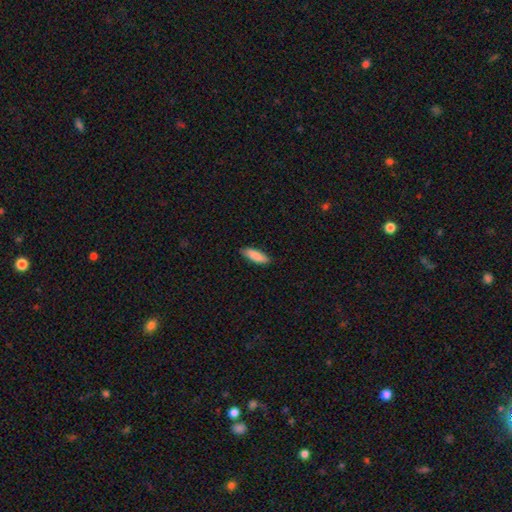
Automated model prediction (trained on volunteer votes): The model was most divided on "how rounded": in between: 52%, cigar-shaped: 46%, round: 2%. More confident: smooth or featured — smooth (88%); merging — none (85%).